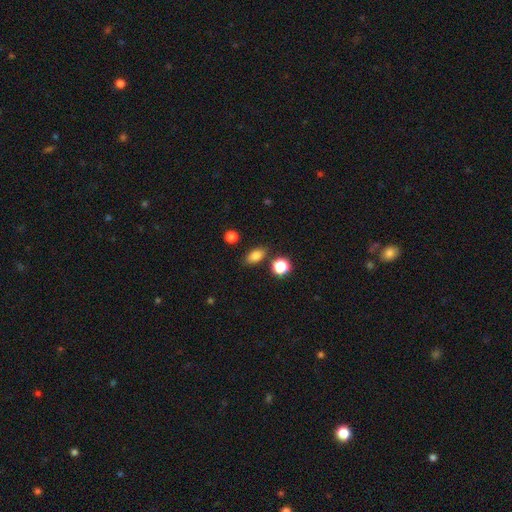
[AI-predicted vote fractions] Smooth or featured? Predicted: smooth (p=0.81). How rounded? Predicted: in between (p=0.79). Merging? Predicted: none (p=0.81).